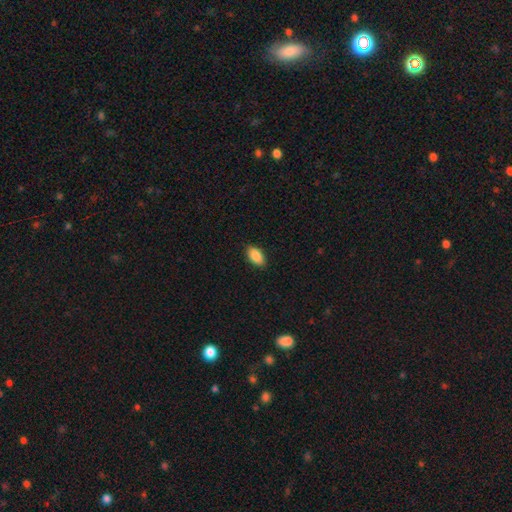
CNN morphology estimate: Smooth or featured: smooth — 88% (star or artifact — 7%)
How rounded: in between — 93% (round — 4%)
Merging: none — 88% (minor disturbance — 9%)